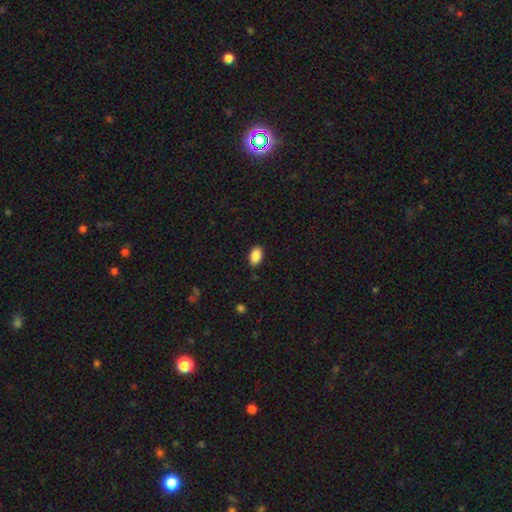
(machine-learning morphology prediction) This is clearly a smooth galaxy (89%). How rounded: clearly in between (91%). Merging: clearly none (88%).